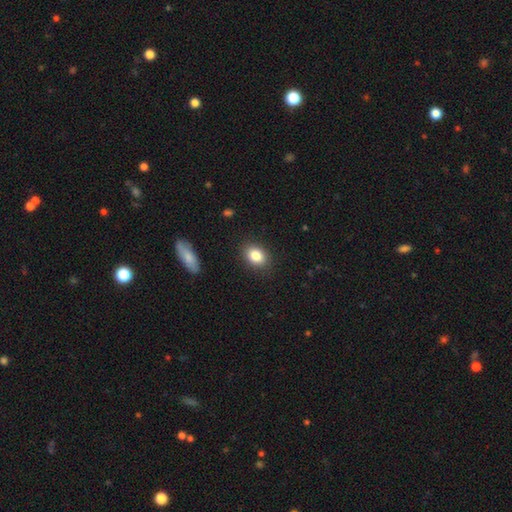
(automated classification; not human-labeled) Q: Smooth or featured?
A: smooth (84%); runner-up: star or artifact (9%)
Q: How rounded?
A: in between (68%); runner-up: round (31%)
Q: Merging?
A: none (88%); runner-up: minor disturbance (9%)